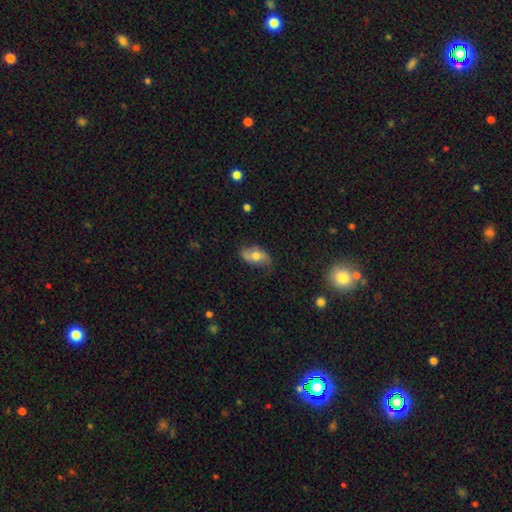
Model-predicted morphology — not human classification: Smooth or featured? smooth (51%)
How rounded? in between (90%)
Merging? none (65%)